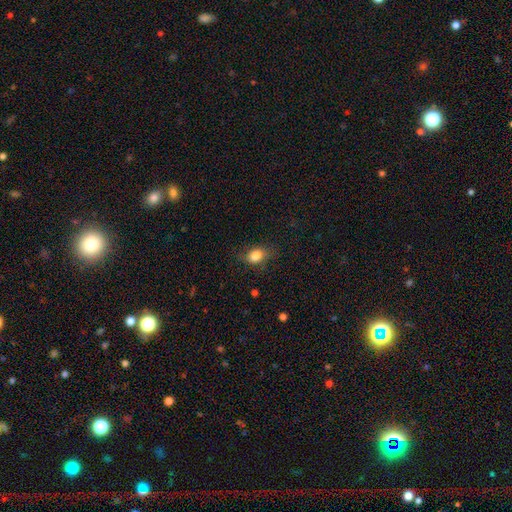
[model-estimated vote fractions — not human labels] smooth-or-featured: smooth: 83% | star or artifact: 9% | featured or disk: 8%
  how-rounded: in between: 69% | round: 29% | cigar-shaped: 2%
  merging: none: 72% | minor disturbance: 20% | major disturbance: 6% | merger: 1%